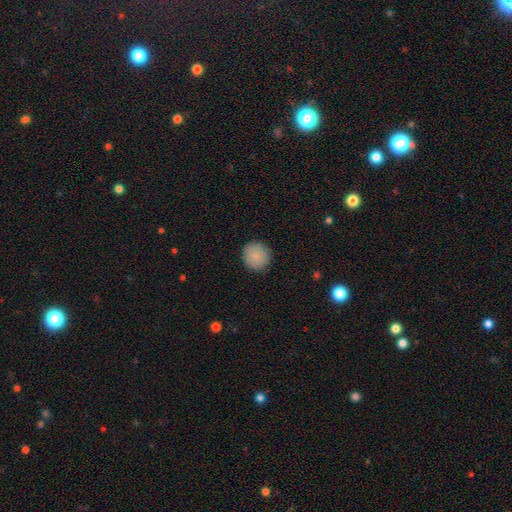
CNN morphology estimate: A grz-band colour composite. It shows a smooth galaxy with no disk features (85%) that is round (94%). Merging: none (90%).